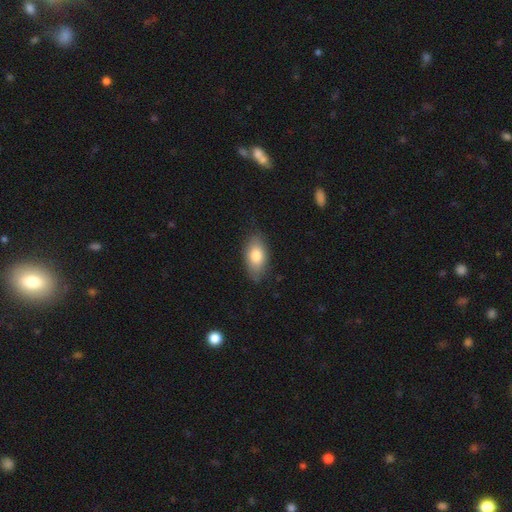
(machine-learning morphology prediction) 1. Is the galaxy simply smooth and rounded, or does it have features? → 80% smooth, 14% featured or disk, 7% star or artifact.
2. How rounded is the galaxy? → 91% in between, 5% round, 4% cigar-shaped.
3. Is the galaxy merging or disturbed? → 80% none, 16% minor disturbance, 3% major disturbance, 1% merger.